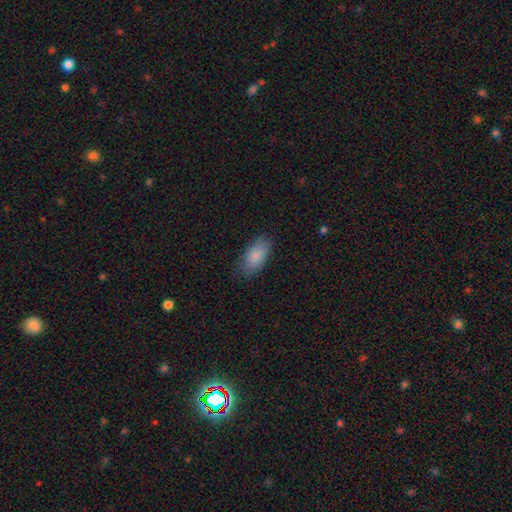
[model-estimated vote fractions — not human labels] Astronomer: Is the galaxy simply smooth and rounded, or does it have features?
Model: smooth — 86%.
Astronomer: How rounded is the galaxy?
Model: in between — 91%.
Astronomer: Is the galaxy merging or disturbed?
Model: none — 81%.